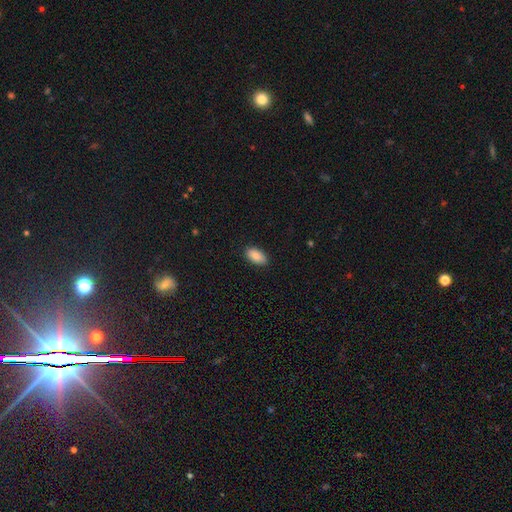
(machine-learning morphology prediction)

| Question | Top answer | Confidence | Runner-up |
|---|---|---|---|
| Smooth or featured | smooth | 89% | star or artifact (7%) |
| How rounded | in between | 93% | cigar-shaped (4%) |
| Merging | none | 88% | minor disturbance (9%) |